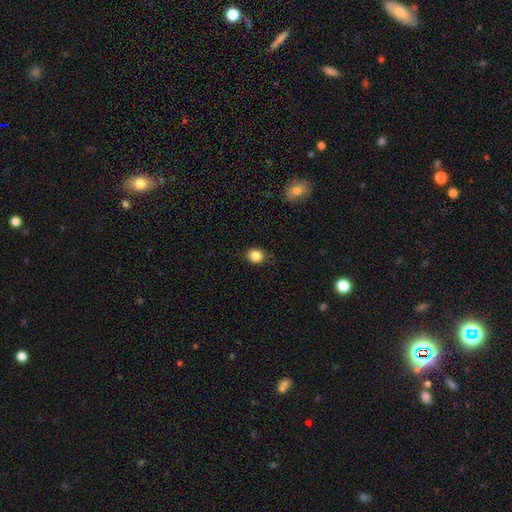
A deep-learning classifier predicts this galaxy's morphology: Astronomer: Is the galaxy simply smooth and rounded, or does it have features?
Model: smooth — 85%.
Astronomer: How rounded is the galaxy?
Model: round — 67%.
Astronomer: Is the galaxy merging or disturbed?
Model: none — 87%.